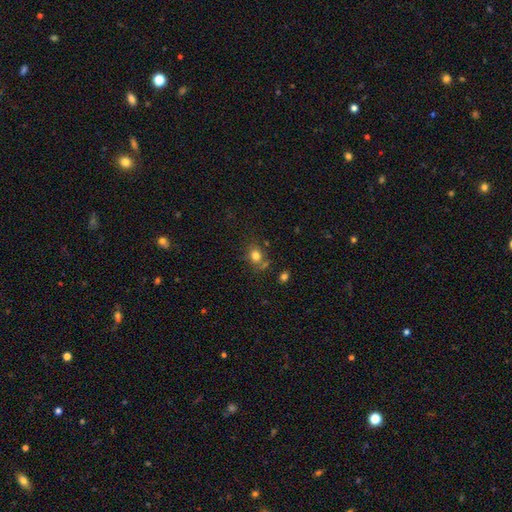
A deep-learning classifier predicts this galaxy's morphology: Smooth or featured?
  - smooth: 78% *
  - star or artifact: 13%
  - featured or disk: 9%
How rounded?
  - round: 59% *
  - in between: 39%
  - cigar-shaped: 1%
Merging?
  - none: 65% *
  - minor disturbance: 18%
  - merger: 11%
  - major disturbance: 6%